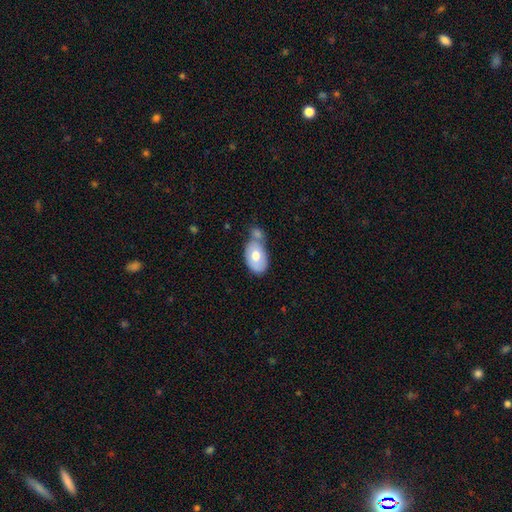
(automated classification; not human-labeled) A smooth galaxy with no disk features (68%) that is in between round and cigar-shaped (90%). Merging: merger (38%).